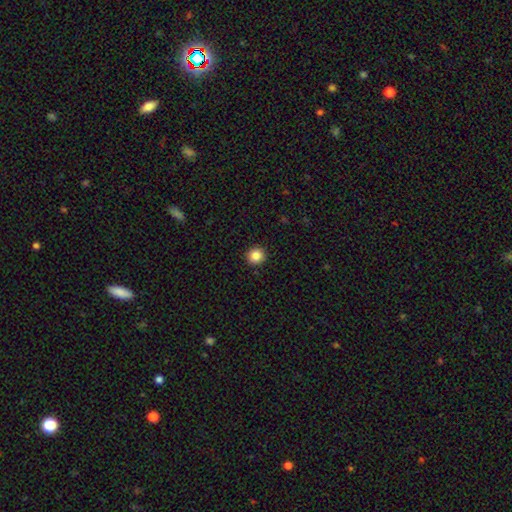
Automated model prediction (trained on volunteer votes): The model was most divided on "smooth or featured": smooth: 85%, star or artifact: 11%, featured or disk: 4%. More confident: how rounded — round (94%); merging — none (93%).